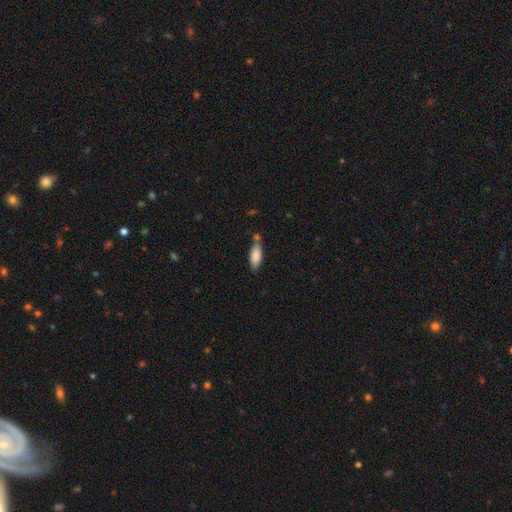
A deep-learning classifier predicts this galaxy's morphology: smooth 84%, featured or disk 9%, star or artifact 7%. Down the decision tree: how rounded — in between (72%); merging — none (68%).